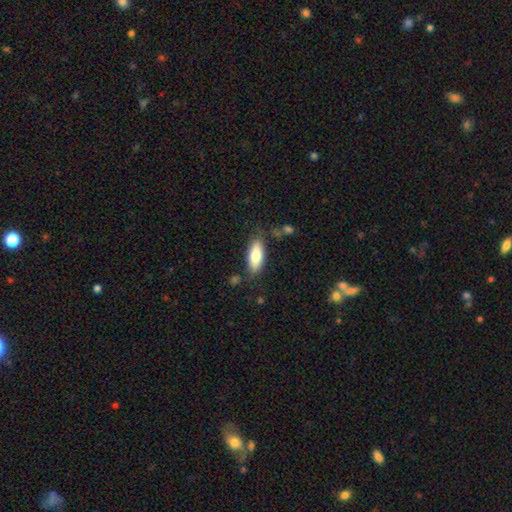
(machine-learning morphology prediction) This appears to be a smooth galaxy with no disk features (74%) that is in between round and cigar-shaped (78%). Merging: none (78%).